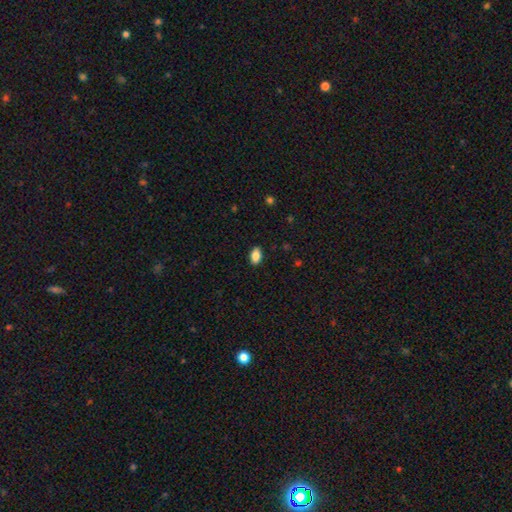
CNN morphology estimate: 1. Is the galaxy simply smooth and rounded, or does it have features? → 87% smooth, 8% star or artifact, 5% featured or disk.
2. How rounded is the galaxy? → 91% in between, 7% round, 2% cigar-shaped.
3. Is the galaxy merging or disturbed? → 89% none, 8% minor disturbance, 2% major disturbance, 1% merger.